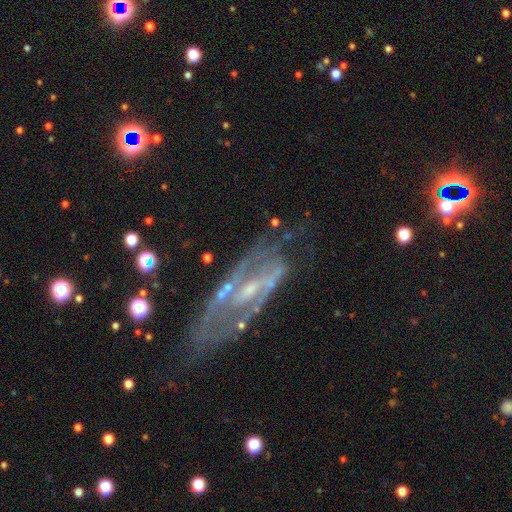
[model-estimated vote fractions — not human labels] Smooth or featured?
  - featured or disk: 77% *
  - smooth: 12%
  - star or artifact: 11%
Edge-on disk?
  - no: 83% *
  - yes: 17%
Bar?
  - weak: 41% *
  - strong: 31%
  - no: 28%
Spiral arms?
  - yes: 70% *
  - no: 30%
Bulge size?
  - small: 61% *
  - moderate: 22%
  - none: 15%
  - large: 2%
  - dominant: 1%
Merging?
  - none: 56% *
  - minor disturbance: 21%
  - major disturbance: 18%
  - merger: 5%